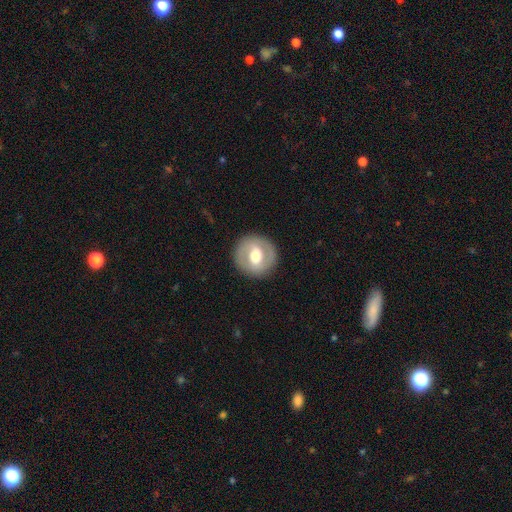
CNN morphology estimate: featured or disk 60%, smooth 34%, star or artifact 6%. Down the decision tree: edge-on disk — no (96%); bar — weak (44%); spiral arms — yes (55%); bulge size — moderate (70%); merging — none (88%).